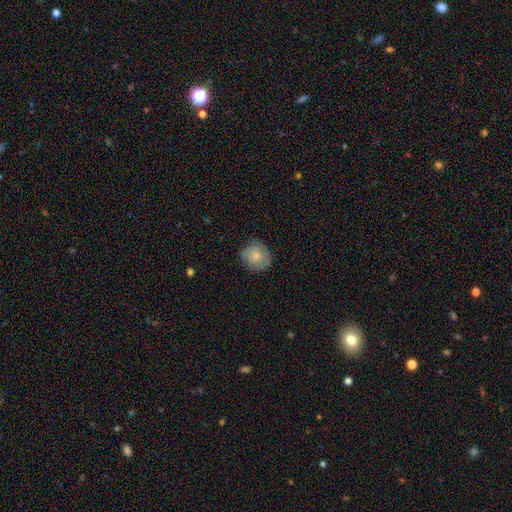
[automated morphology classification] This appears to be a smooth galaxy with no disk features (71%) that is round (77%). Merging: none (76%).